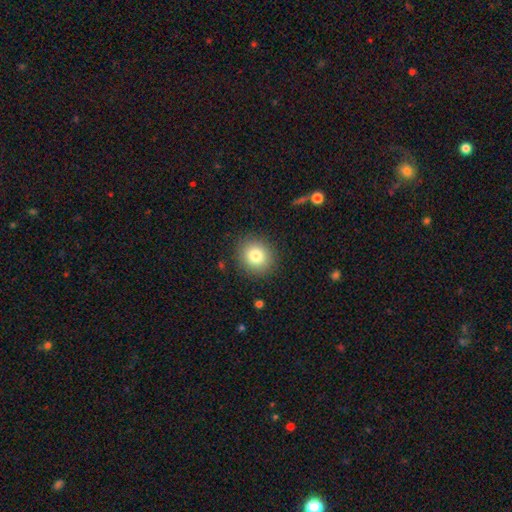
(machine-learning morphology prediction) smooth-or-featured: smooth: 81% | star or artifact: 10% | featured or disk: 9%
  how-rounded: round: 88% | in between: 11% | cigar-shaped: 1%
  merging: none: 89% | minor disturbance: 7% | major disturbance: 3% | merger: 1%